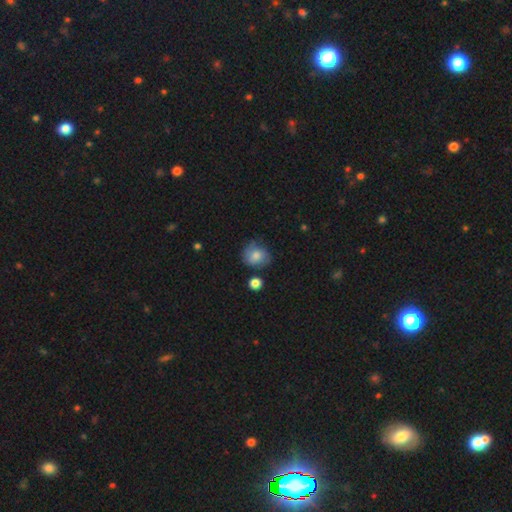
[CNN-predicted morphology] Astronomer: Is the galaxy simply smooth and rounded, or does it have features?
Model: smooth — 71%.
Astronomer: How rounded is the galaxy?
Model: round — 69%.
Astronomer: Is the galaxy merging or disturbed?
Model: none — 59%.